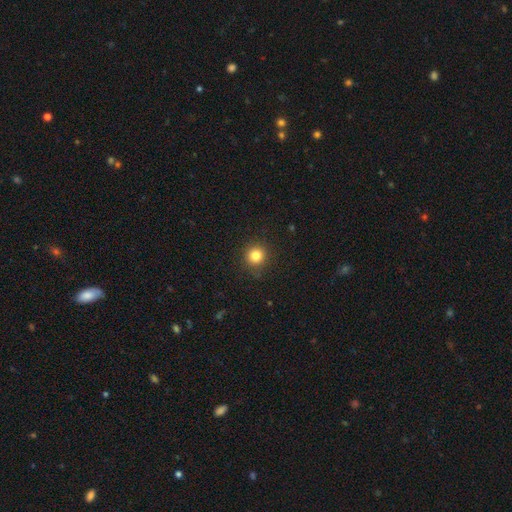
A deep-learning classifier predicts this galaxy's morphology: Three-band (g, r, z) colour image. It shows a smooth galaxy with no disk features (82%) that is round (93%). Merging: none (89%).